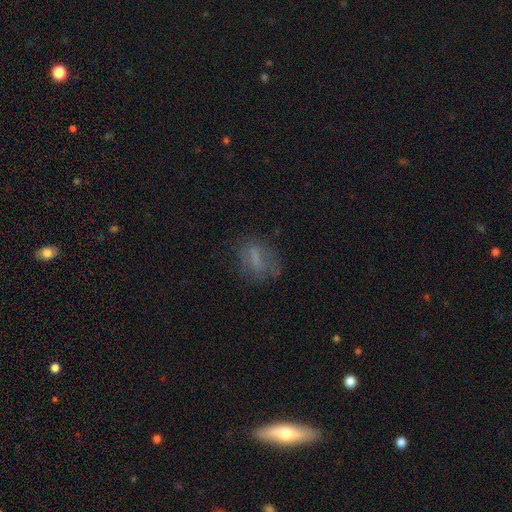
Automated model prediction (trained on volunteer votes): The model was most divided on "smooth or featured": smooth: 54%, featured or disk: 30%, star or artifact: 17%. More confident: merging — none (66%); how rounded — in between (59%).